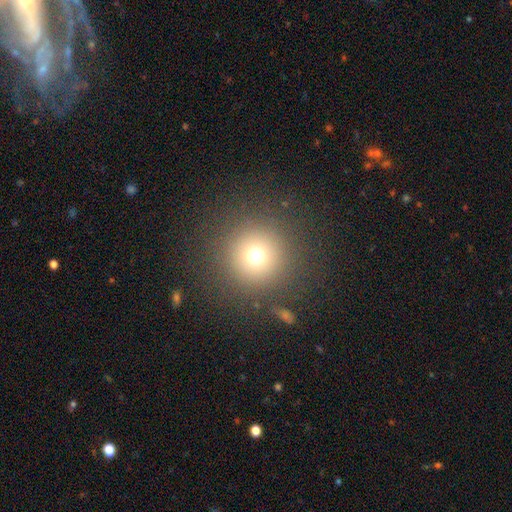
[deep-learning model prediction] Morphology: type=smooth (71%); roundness=round (96%); merging=none (88%).